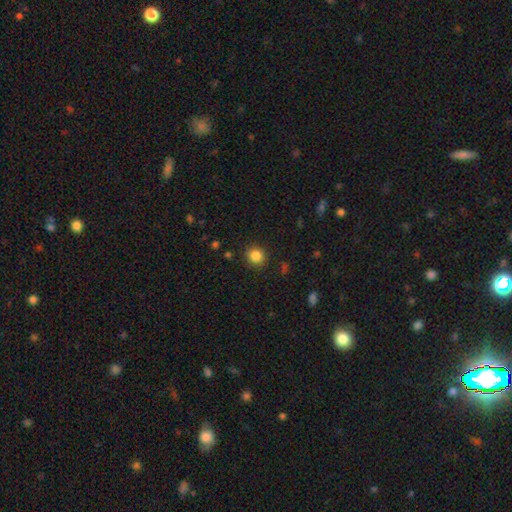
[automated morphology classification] smooth_or_featured: smooth (p=0.85) [alt: star or artifact p=0.11]
how_rounded: round (p=0.86) [alt: in between p=0.13]
merging: none (p=0.89) [alt: minor disturbance p=0.07]